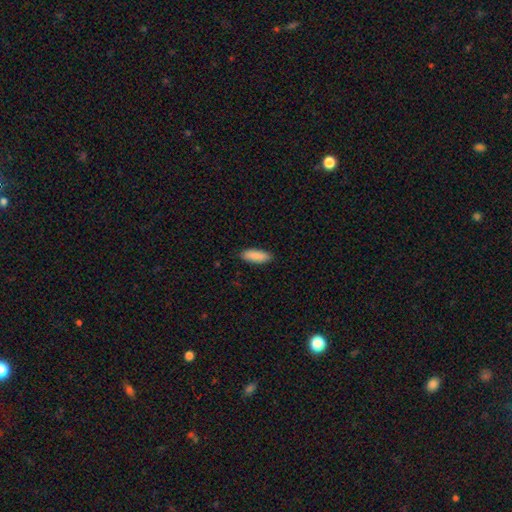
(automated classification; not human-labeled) smooth 90%, star or artifact 6%, featured or disk 4%. Down the decision tree: how rounded — in between (69%); merging — none (89%).